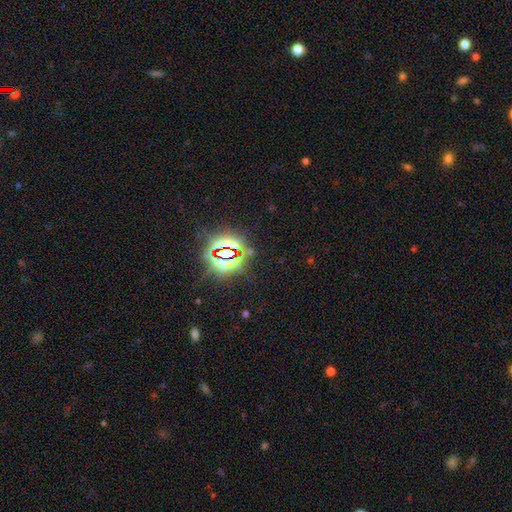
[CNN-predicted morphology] smooth_or_featured: star or artifact (p=0.82) [alt: smooth p=0.10]